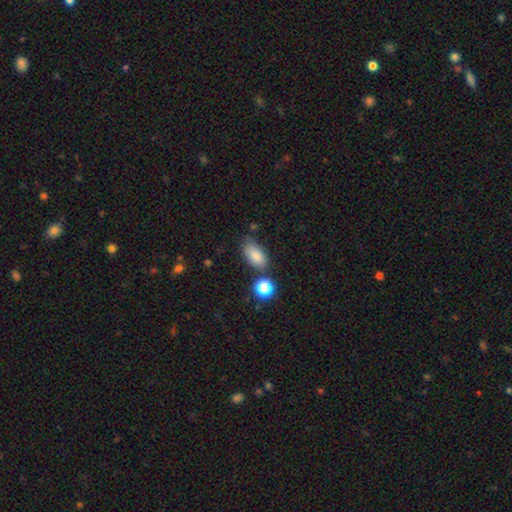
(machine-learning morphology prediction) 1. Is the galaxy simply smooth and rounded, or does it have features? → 83% smooth, 9% star or artifact, 8% featured or disk.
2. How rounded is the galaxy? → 90% in between, 6% round, 4% cigar-shaped.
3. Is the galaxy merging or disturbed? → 68% none, 19% minor disturbance, 8% merger, 5% major disturbance.